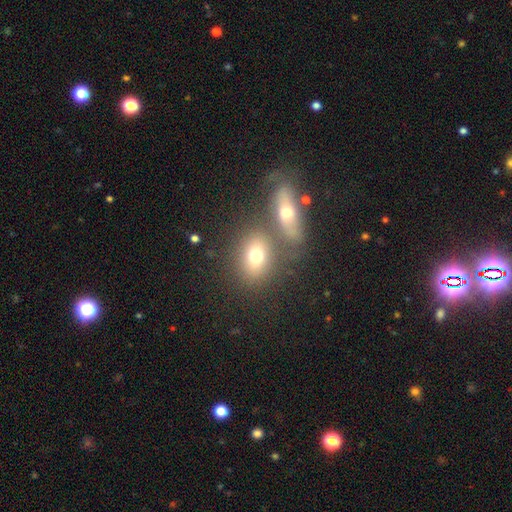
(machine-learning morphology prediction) Smooth or featured?
  - smooth: 71% *
  - featured or disk: 17%
  - star or artifact: 12%
How rounded?
  - in between: 63% *
  - round: 35%
  - cigar-shaped: 3%
Merging?
  - none: 60% *
  - merger: 24%
  - minor disturbance: 11%
  - major disturbance: 5%